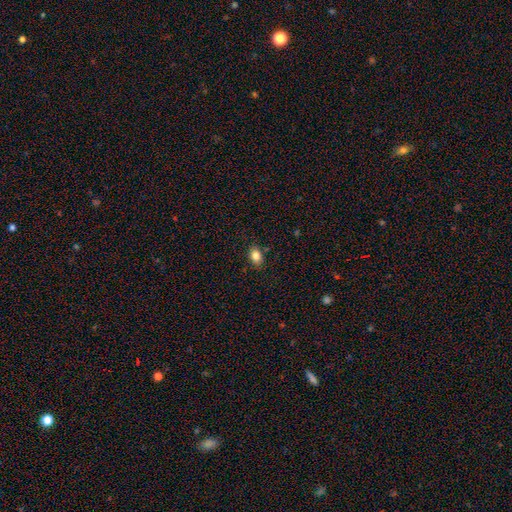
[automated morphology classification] Smooth or featured? Predicted: smooth (p=0.84). How rounded? Predicted: in between (p=0.76). Merging? Predicted: none (p=0.85).